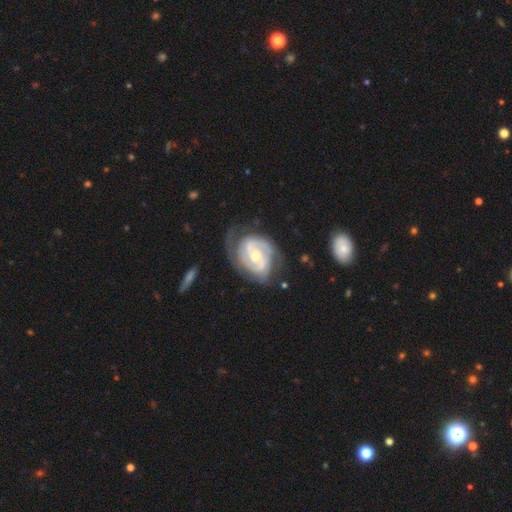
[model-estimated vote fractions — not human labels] A featured or disk galaxy (89%) with no bar (48%), 2 (64%) tight (62%) spiral arms (96%) and a moderate central bulge (60%). Merging: none (62%).